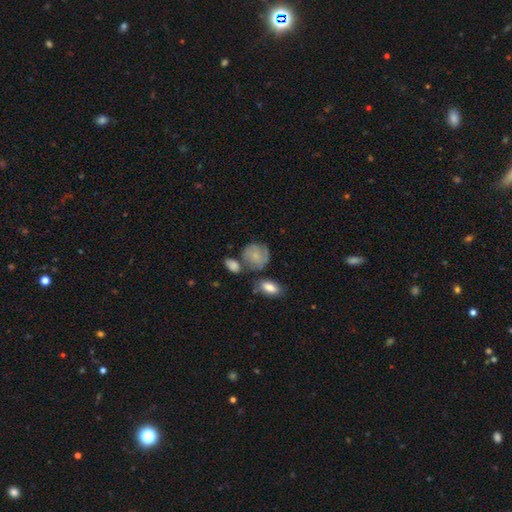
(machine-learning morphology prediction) Smooth or featured? Predicted: smooth (p=0.57). How rounded? Predicted: round (p=0.66). Merging? Predicted: none (p=0.50).